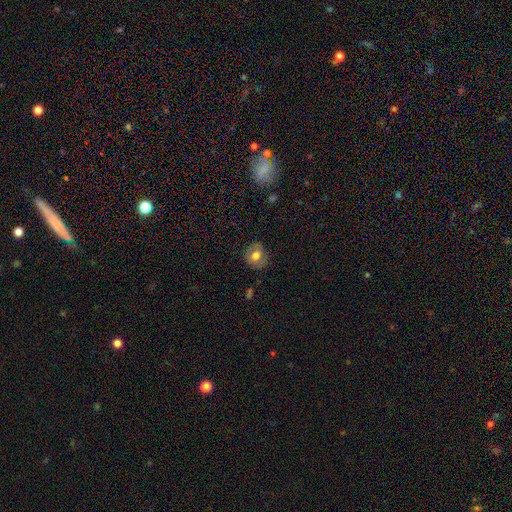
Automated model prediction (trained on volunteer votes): smooth_or_featured: smooth (p=0.68) [alt: featured or disk p=0.23]
how_rounded: round (p=0.75) [alt: in between p=0.24]
merging: none (p=0.80) [alt: minor disturbance p=0.15]